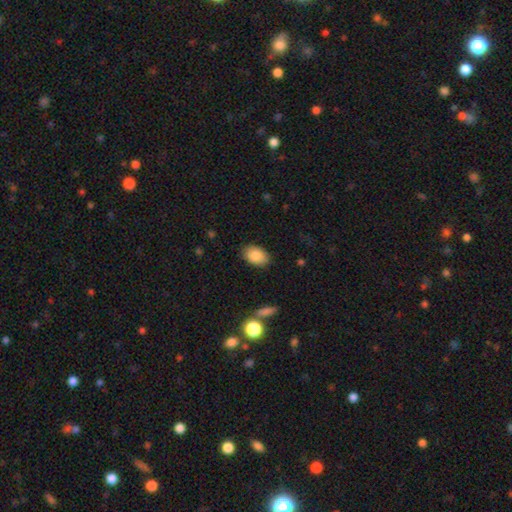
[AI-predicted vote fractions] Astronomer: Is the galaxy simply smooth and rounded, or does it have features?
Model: smooth — 86%.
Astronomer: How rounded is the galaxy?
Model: in between — 87%.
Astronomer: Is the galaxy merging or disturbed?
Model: none — 86%.